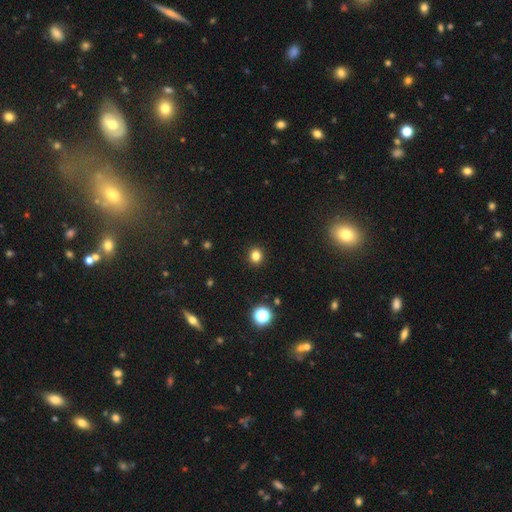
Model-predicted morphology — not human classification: smooth 81%, star or artifact 14%, featured or disk 4%. Down the decision tree: how rounded — round (83%); merging — none (92%).